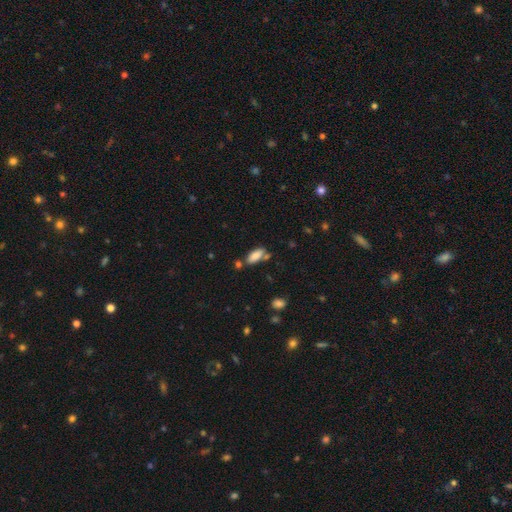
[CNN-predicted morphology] Overall: smooth (84%). How rounded: in between (81%). Merging: none (59%).